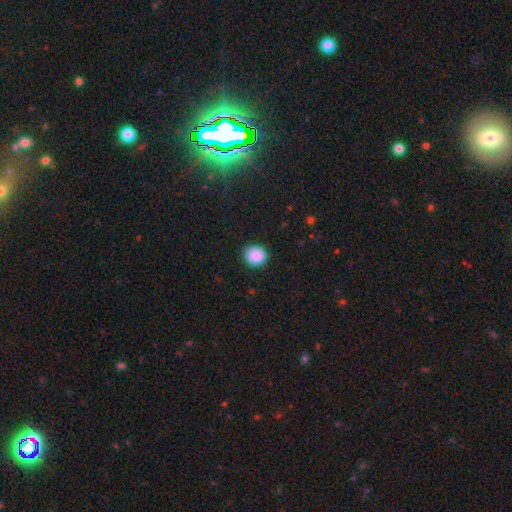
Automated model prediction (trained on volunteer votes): Smooth or featured? smooth (88%)
How rounded? round (81%)
Merging? none (87%)